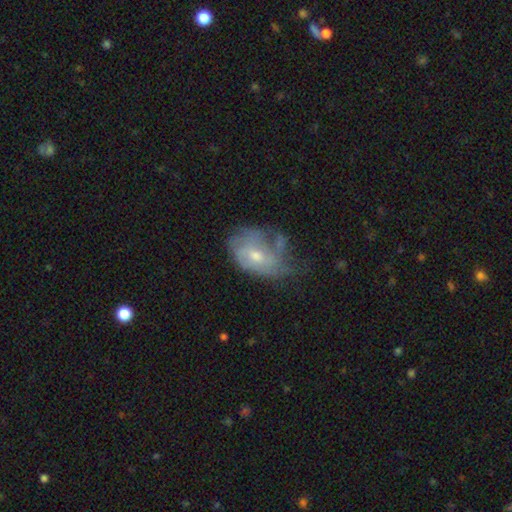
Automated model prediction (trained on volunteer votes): This is likely a featured or disk galaxy (62%). It is clearly not viewed edge-on (96%). Bar: likely no (64%). Spiral arm pattern: likely yes (65%). Central bulge: possibly moderate (57%). Merging: marginally none (37%).